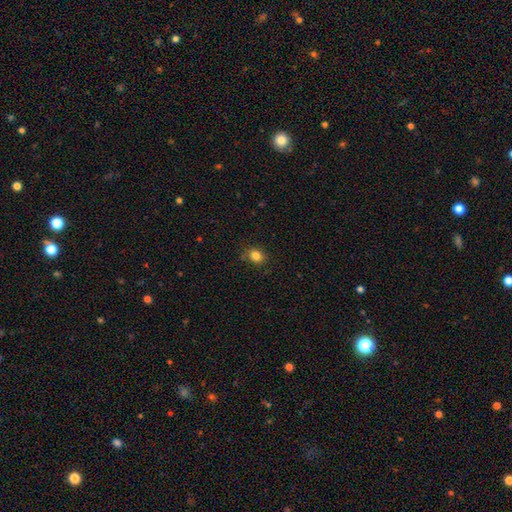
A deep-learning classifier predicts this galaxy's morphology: Q: Smooth or featured?
A: smooth (83%); runner-up: star or artifact (11%)
Q: How rounded?
A: round (61%); runner-up: in between (38%)
Q: Merging?
A: none (83%); runner-up: minor disturbance (12%)